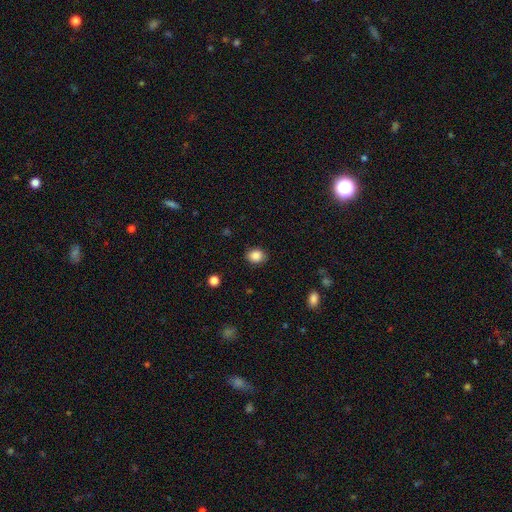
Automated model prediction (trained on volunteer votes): This is clearly a smooth galaxy (87%). How rounded: possibly round (53%). Merging: clearly none (86%).